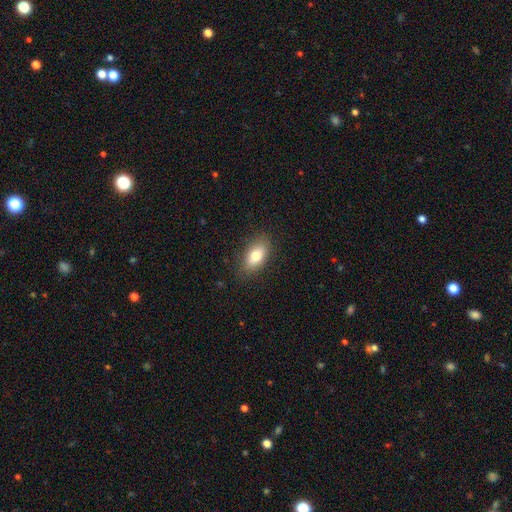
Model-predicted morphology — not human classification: Overall: smooth (76%). How rounded: in between (87%). Merging: none (85%).